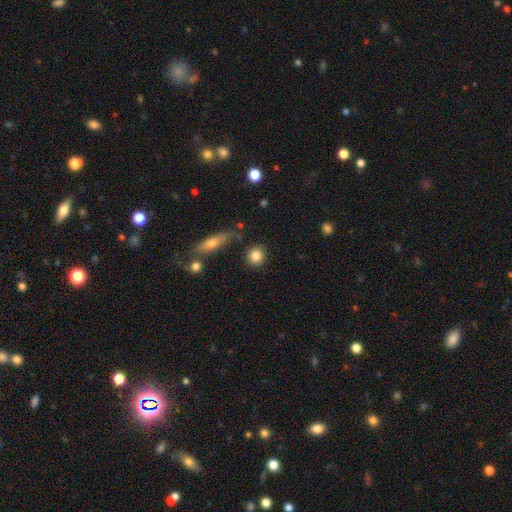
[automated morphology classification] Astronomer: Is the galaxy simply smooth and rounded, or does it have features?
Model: smooth — 83%.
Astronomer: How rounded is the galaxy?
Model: round — 85%.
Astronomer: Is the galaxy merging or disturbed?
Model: none — 83%.